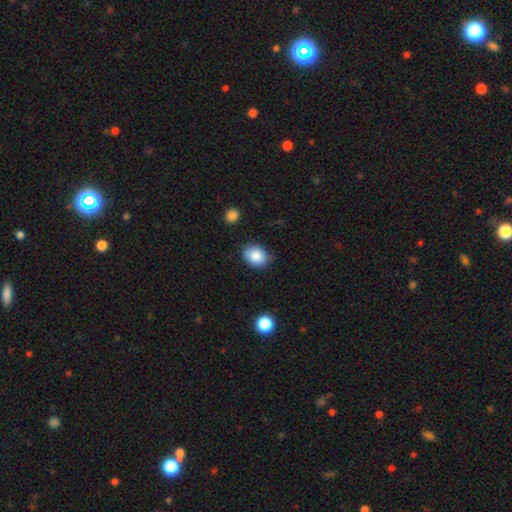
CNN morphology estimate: Q: Smooth or featured?
A: smooth (85%); runner-up: star or artifact (8%)
Q: How rounded?
A: in between (62%); runner-up: round (37%)
Q: Merging?
A: none (76%); runner-up: minor disturbance (19%)